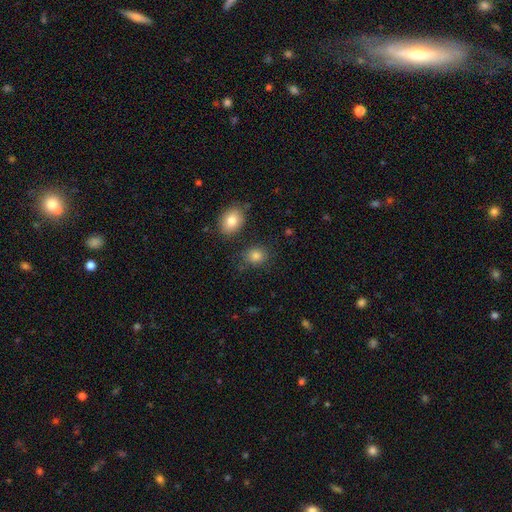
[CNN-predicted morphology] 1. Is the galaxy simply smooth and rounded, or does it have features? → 82% smooth, 11% star or artifact, 6% featured or disk.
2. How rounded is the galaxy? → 61% round, 38% in between, 1% cigar-shaped.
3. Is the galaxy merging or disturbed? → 79% none, 12% minor disturbance, 6% merger, 4% major disturbance.